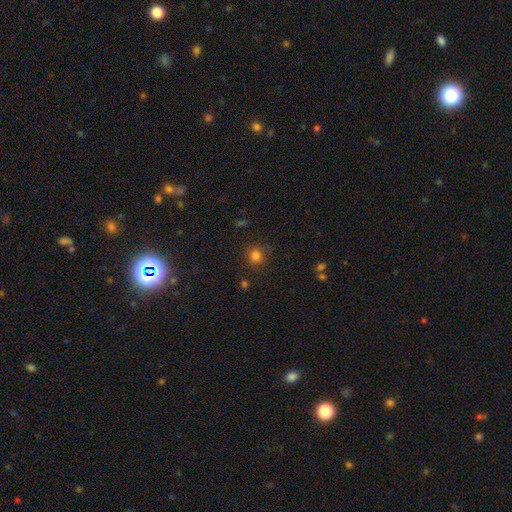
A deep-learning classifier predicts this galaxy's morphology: Q: Smooth or featured?
A: smooth (78%); runner-up: star or artifact (16%)
Q: How rounded?
A: round (86%); runner-up: in between (13%)
Q: Merging?
A: none (82%); runner-up: minor disturbance (11%)